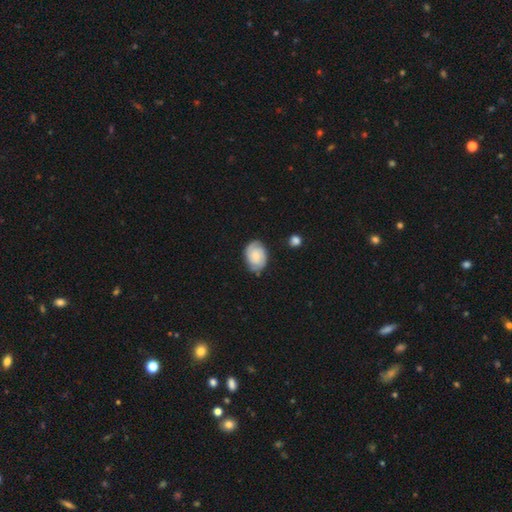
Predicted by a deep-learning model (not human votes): Q: Smooth or featured?
A: featured or disk (64%); runner-up: smooth (30%)
Q: Edge-on disk?
A: no (97%); runner-up: yes (3%)
Q: Bar?
A: no (68%); runner-up: weak (28%)
Q: Spiral arms?
A: yes (93%); runner-up: no (7%)
Q: Spiral winding?
A: tight (61%); runner-up: medium (31%)
Q: Spiral arm count?
A: 2 (73%); runner-up: can't tell (13%)
Q: Bulge size?
A: small (53%); runner-up: moderate (31%)
Q: Merging?
A: none (77%); runner-up: minor disturbance (17%)